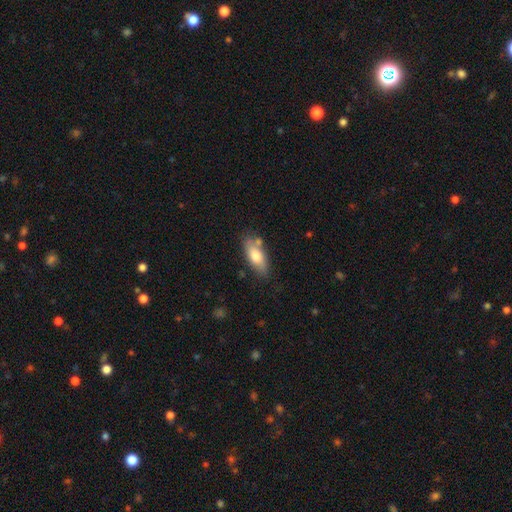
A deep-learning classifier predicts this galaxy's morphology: The model was most divided on "merging": none: 68%, minor disturbance: 19%, merger: 8%, major disturbance: 4%. More confident: how rounded — in between (80%); smooth or featured — smooth (73%).